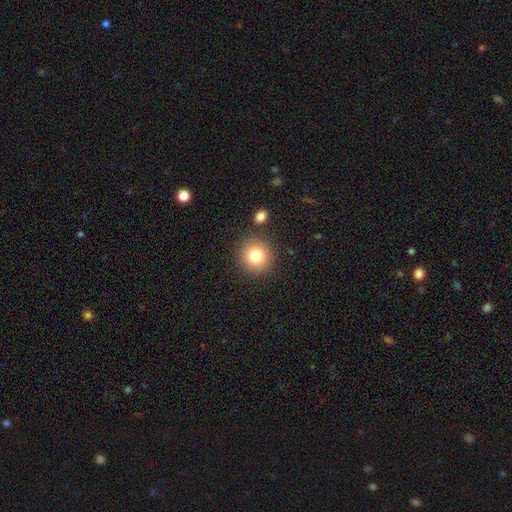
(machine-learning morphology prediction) Smooth or featured? Predicted: smooth (p=0.81). How rounded? Predicted: round (p=0.93). Merging? Predicted: none (p=0.85).